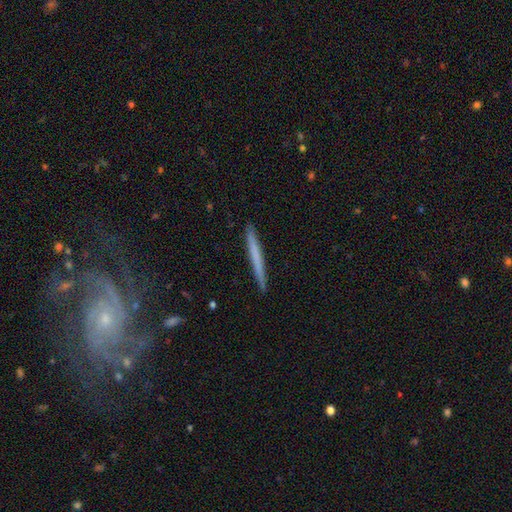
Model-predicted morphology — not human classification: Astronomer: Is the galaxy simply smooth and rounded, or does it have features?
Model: smooth — 55% (runner-up: featured or disk, 39%).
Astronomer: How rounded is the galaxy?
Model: cigar-shaped — 97%.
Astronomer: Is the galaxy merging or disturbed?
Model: none — 92%.